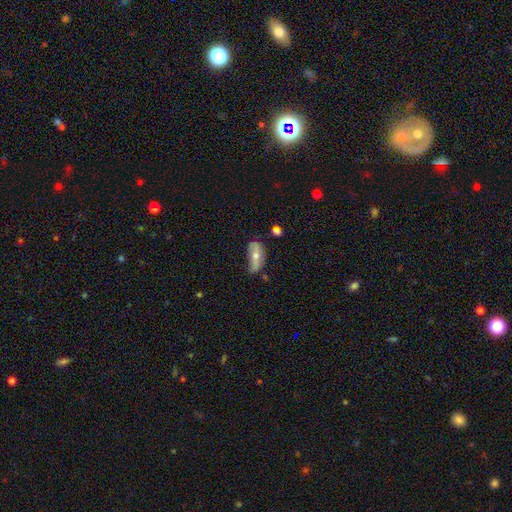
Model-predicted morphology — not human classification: Smooth or featured?
  - smooth: 47% *
  - featured or disk: 44%
  - star or artifact: 9%
Merging?
  - minor disturbance: 38% *
  - none: 37%
  - major disturbance: 21%
  - merger: 4%